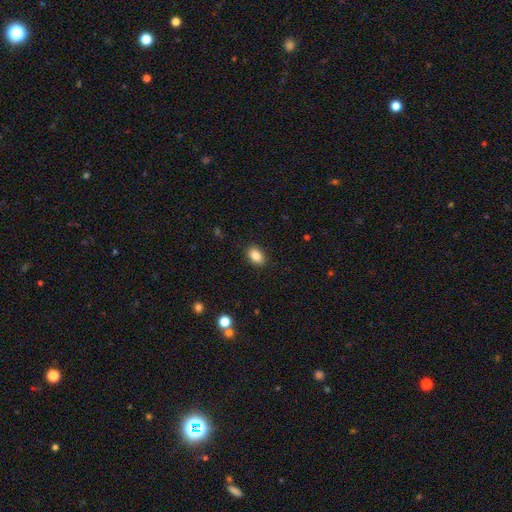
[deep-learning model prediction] Morphology: type=smooth (85%); roundness=in between (82%); merging=none (89%).